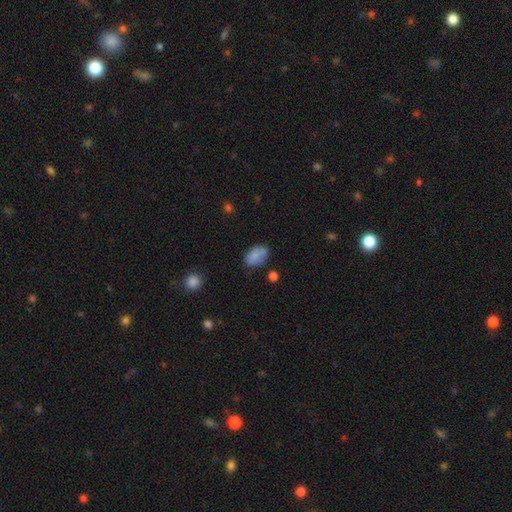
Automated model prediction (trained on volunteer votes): smooth_or_featured: smooth (p=0.78) [alt: featured or disk p=0.13]
how_rounded: in between (p=0.89) [alt: round p=0.10]
merging: none (p=0.60) [alt: minor disturbance p=0.25]